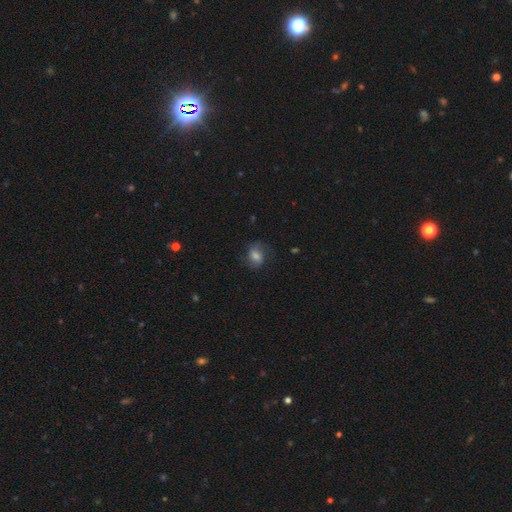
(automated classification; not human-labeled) This appears to be a smooth galaxy with no disk features (47%). Merging: none (69%).